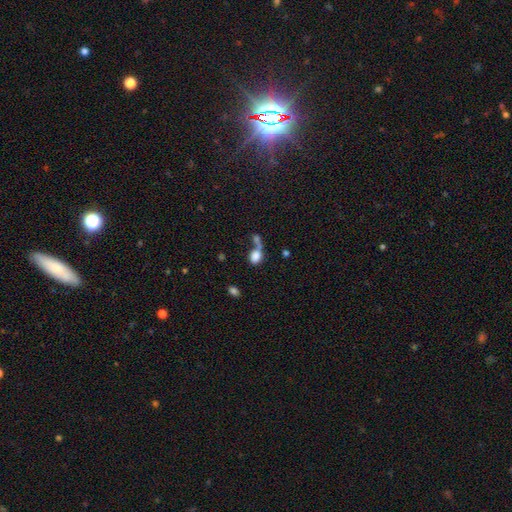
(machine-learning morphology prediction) Smooth or featured? smooth (78%)
How rounded? in between (59%)
Merging? merger (55%)